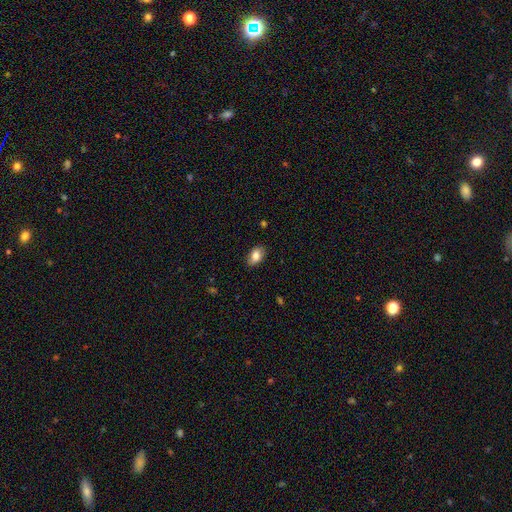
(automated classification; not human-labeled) Smooth or featured: smooth — 83% (featured or disk — 10%)
How rounded: in between — 90% (round — 8%)
Merging: none — 86% (minor disturbance — 11%)